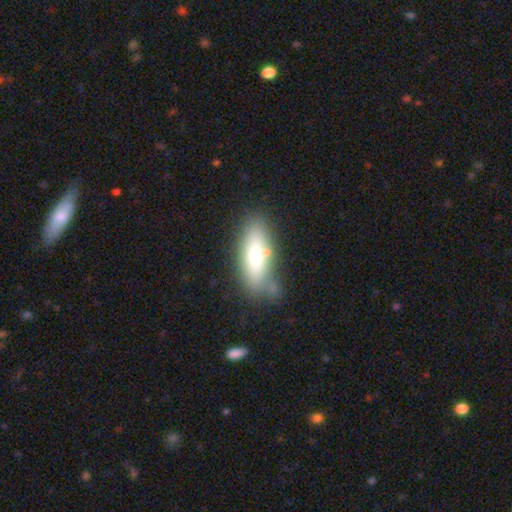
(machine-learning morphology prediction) This appears to be a smooth galaxy with no disk features (62%) that is in between round and cigar-shaped (67%). Merging: none (69%).